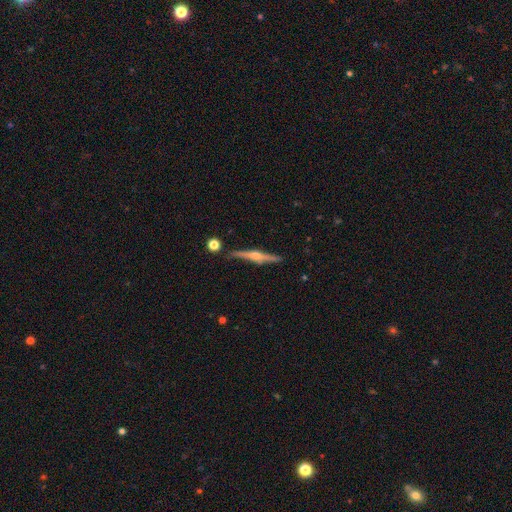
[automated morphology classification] featured or disk 77%, smooth 17%, star or artifact 6%. Down the decision tree: edge-on disk — yes (98%); edge-on bulge — rounded (87%); merging — none (87%).